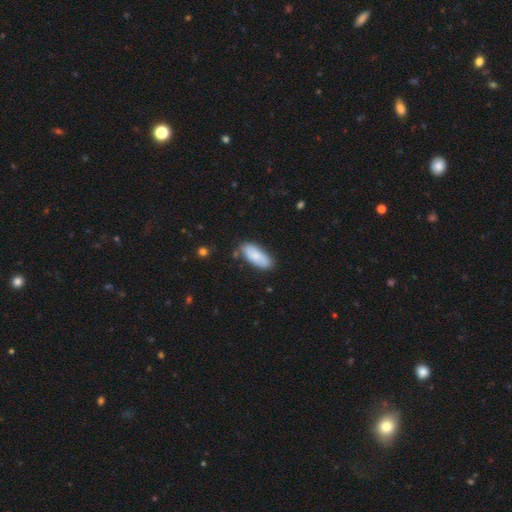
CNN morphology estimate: The model was most divided on "merging": none: 78%, minor disturbance: 16%, major disturbance: 3%, merger: 3%. More confident: how rounded — in between (83%); smooth or featured — smooth (82%).